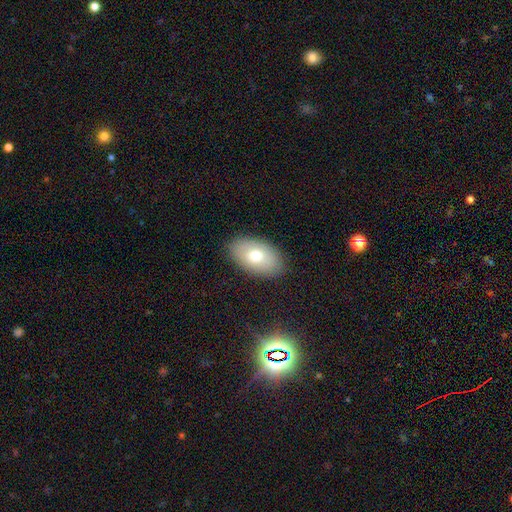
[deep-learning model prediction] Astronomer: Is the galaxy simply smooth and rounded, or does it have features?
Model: smooth — 72%.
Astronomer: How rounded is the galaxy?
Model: in between — 92%.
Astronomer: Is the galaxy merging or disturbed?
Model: none — 85%.